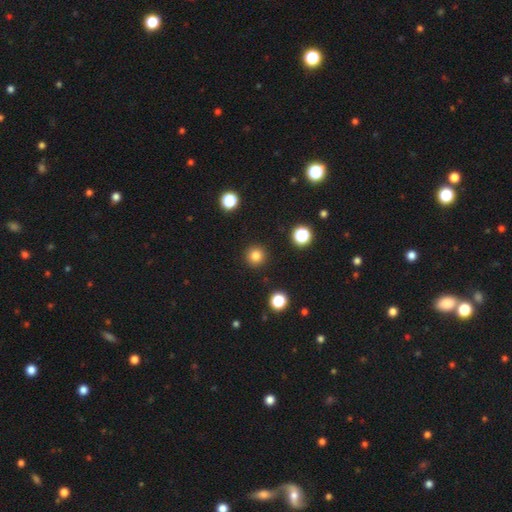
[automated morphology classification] Smooth or featured: smooth — 82% (star or artifact — 13%)
How rounded: round — 96% (in between — 3%)
Merging: none — 92% (minor disturbance — 5%)